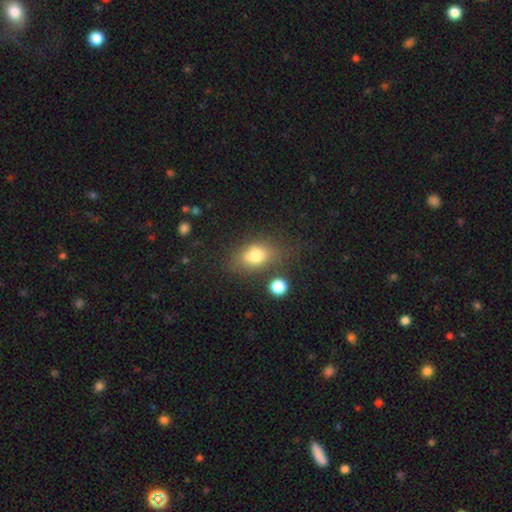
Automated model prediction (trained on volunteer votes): smooth 74%, featured or disk 15%, star or artifact 11%. Down the decision tree: how rounded — in between (75%); merging — none (57%).